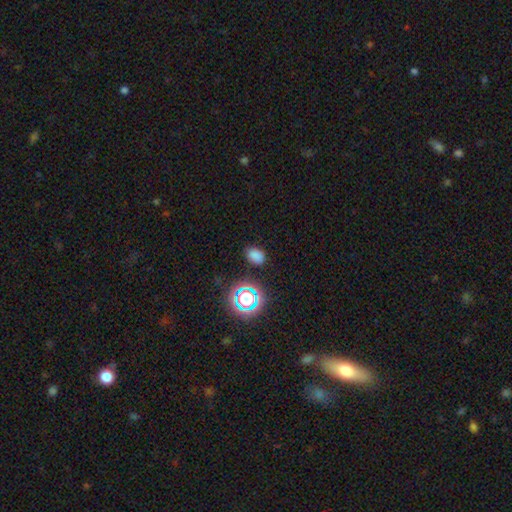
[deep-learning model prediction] This is likely a smooth galaxy (75%). How rounded: likely in between (76%). Merging: clearly none (84%).